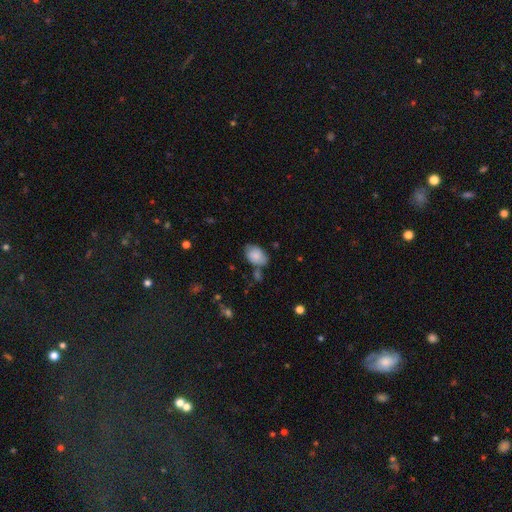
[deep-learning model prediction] A smooth galaxy with no disk features (80%) that is in between round and cigar-shaped (85%).

Vote fractions:
- Smooth or featured? smooth: 80% / featured or disk: 12% / star or artifact: 7%
- How rounded? in between: 85% / round: 14% / cigar-shaped: 1%
- Merging? none: 58% / minor disturbance: 25% / merger: 10% / major disturbance: 6%